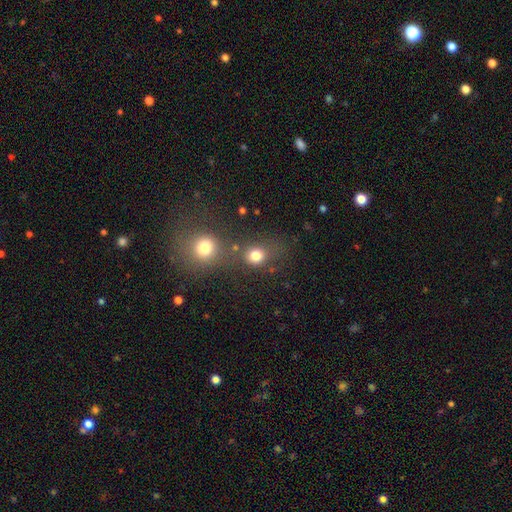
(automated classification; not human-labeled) Morphology: type=smooth (78%); roundness=round (76%); merging=none (54%).